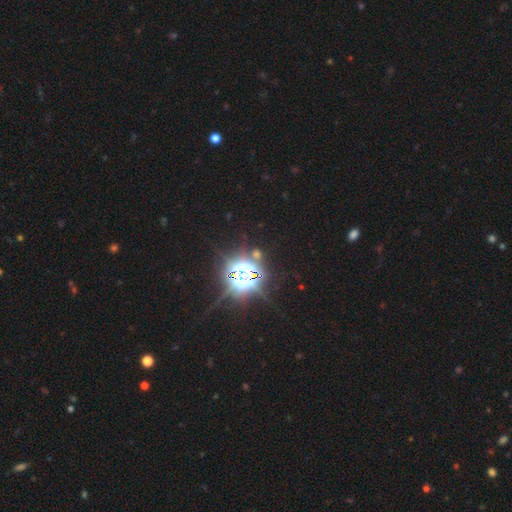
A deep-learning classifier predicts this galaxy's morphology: A star or artifact, not a galaxy (82%).